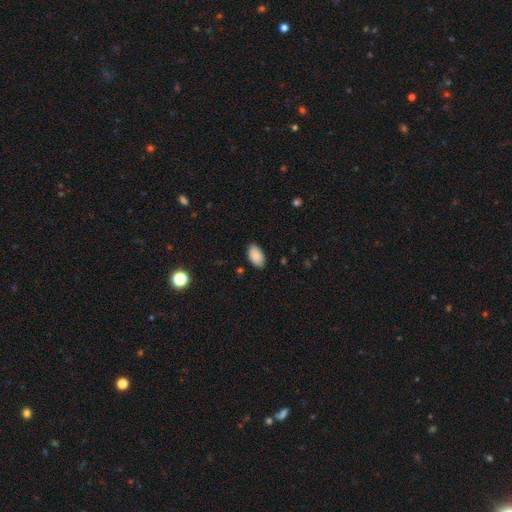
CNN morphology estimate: Smooth or featured? Predicted: smooth (p=0.90). How rounded? Predicted: in between (p=0.95). Merging? Predicted: none (p=0.86).